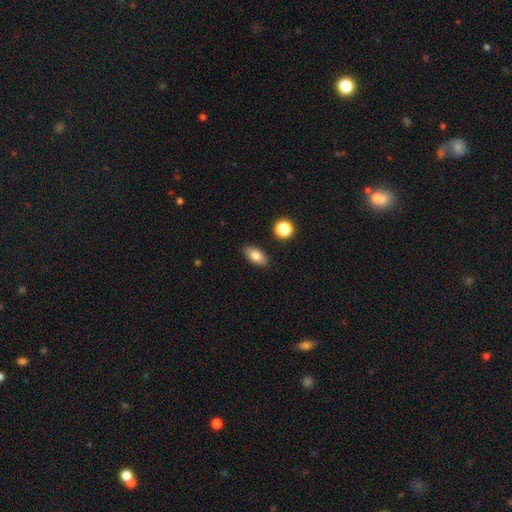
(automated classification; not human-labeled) smooth 81%, featured or disk 11%, star or artifact 8%. Down the decision tree: how rounded — in between (88%); merging — none (88%).